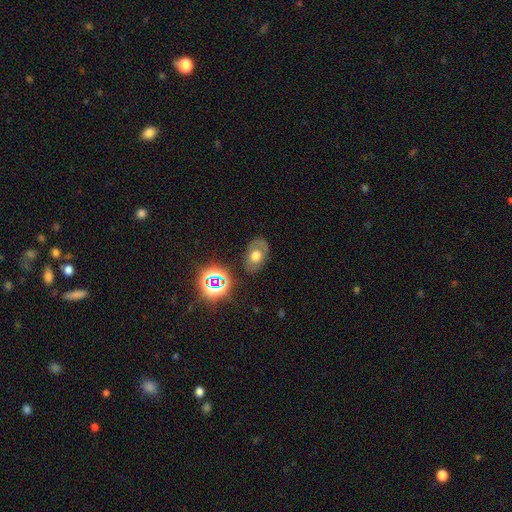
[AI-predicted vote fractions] A smooth galaxy with no disk features (51%) that is in between round and cigar-shaped (79%). Merging: none (75%).